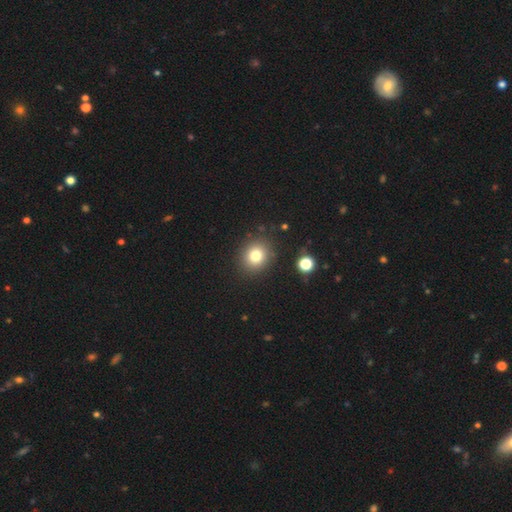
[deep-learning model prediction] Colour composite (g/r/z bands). It shows a smooth galaxy with no disk features (79%) that is round (79%). Merging: none (87%).